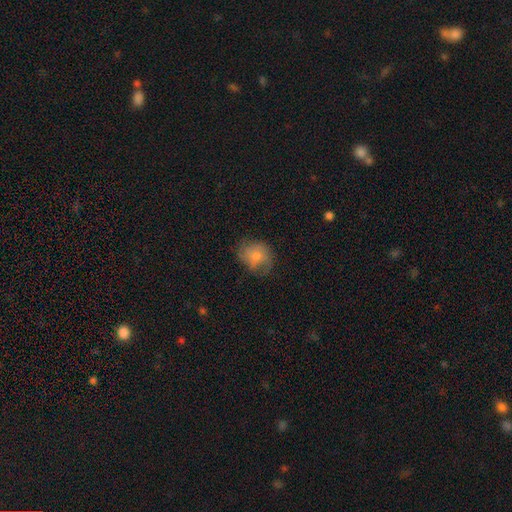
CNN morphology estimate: This appears to be a smooth galaxy with no disk features (63%) that is round (64%). Merging: none (63%).